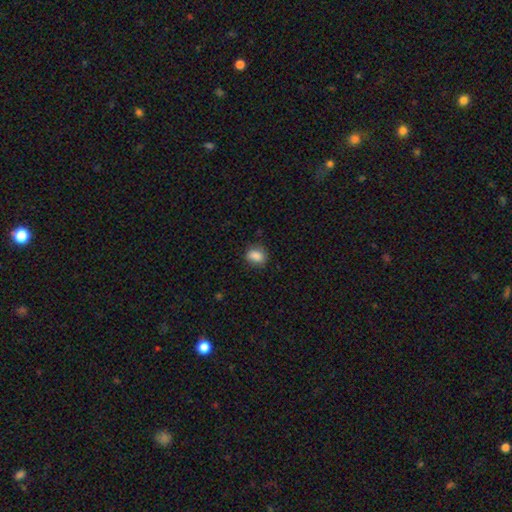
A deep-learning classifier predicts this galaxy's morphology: A smooth galaxy with no disk features (86%) that is in between round and cigar-shaped (58%).

Vote fractions:
- Smooth or featured? smooth: 86% / star or artifact: 9% / featured or disk: 5%
- How rounded? in between: 58% / round: 40% / cigar-shaped: 2%
- Merging? none: 79% / minor disturbance: 17% / major disturbance: 4% / merger: 1%